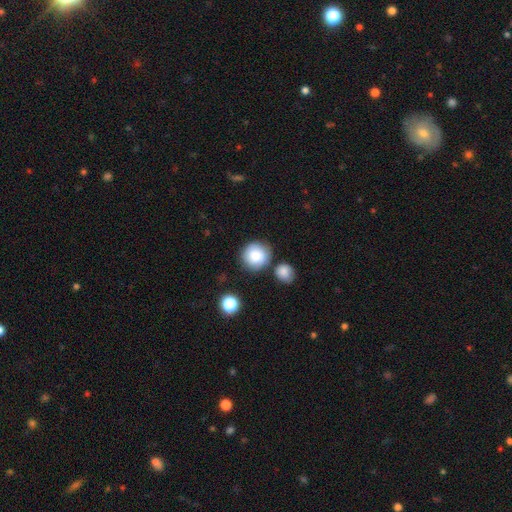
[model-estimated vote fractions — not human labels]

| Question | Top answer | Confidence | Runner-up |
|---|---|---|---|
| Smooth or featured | smooth | 84% | featured or disk (8%) |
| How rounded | round | 93% | in between (7%) |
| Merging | none | 75% | minor disturbance (11%) |